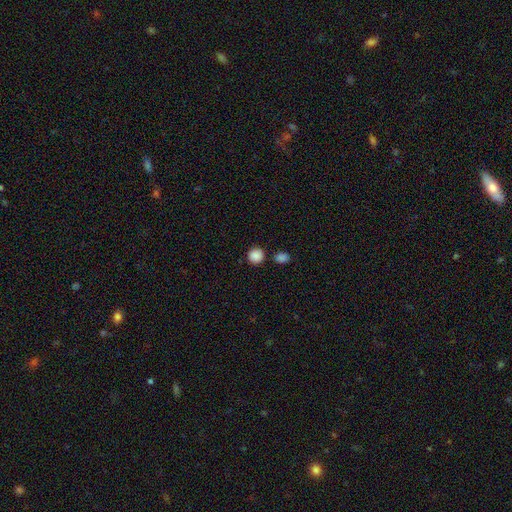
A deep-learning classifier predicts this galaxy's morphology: A smooth galaxy with no disk features (88%) that is round (91%).

Vote fractions:
- Smooth or featured? smooth: 88% / star or artifact: 9% / featured or disk: 3%
- How rounded? round: 91% / in between: 8% / cigar-shaped: 1%
- Merging? none: 82% / minor disturbance: 8% / merger: 8% / major disturbance: 3%